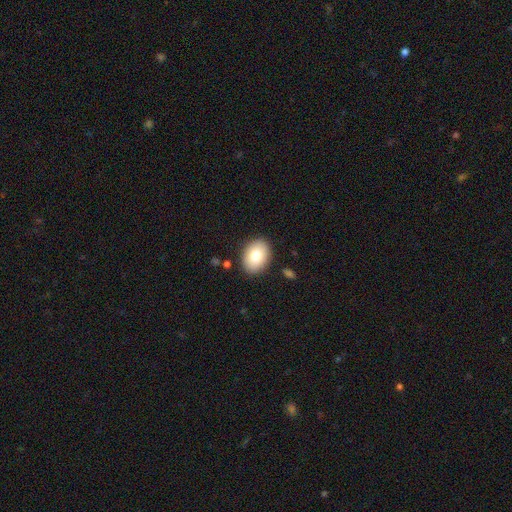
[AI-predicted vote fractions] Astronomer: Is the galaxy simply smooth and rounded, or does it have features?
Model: smooth — 78%.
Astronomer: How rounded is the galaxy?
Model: in between — 71%.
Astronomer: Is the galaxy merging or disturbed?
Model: none — 88%.